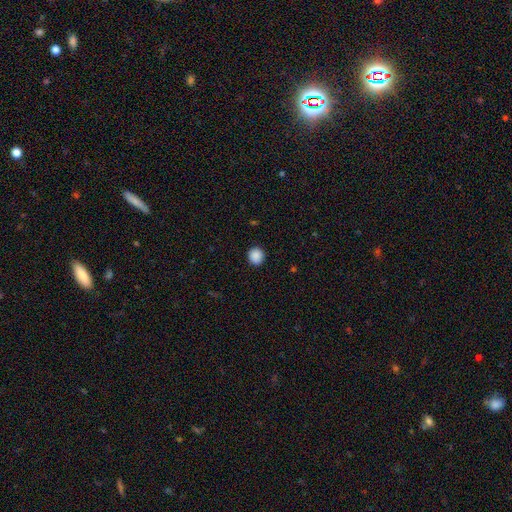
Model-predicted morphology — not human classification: Overall: smooth (89%). How rounded: round (90%). Merging: none (91%).